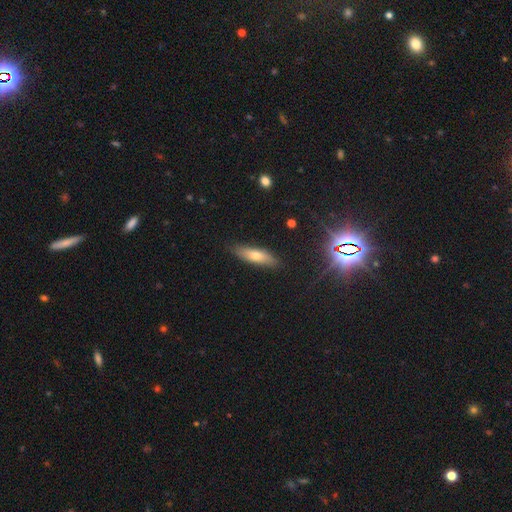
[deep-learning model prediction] Q: Smooth or featured?
A: smooth (61%); runner-up: featured or disk (28%)
Q: How rounded?
A: cigar-shaped (52%); runner-up: in between (46%)
Q: Merging?
A: none (86%); runner-up: minor disturbance (10%)